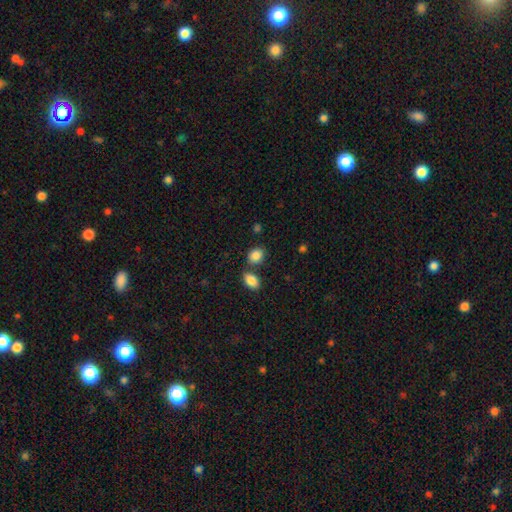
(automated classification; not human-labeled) smooth_or_featured: smooth (p=0.87) [alt: star or artifact p=0.08]
how_rounded: in between (p=0.57) [alt: round p=0.41]
merging: none (p=0.67) [alt: merger p=0.19]